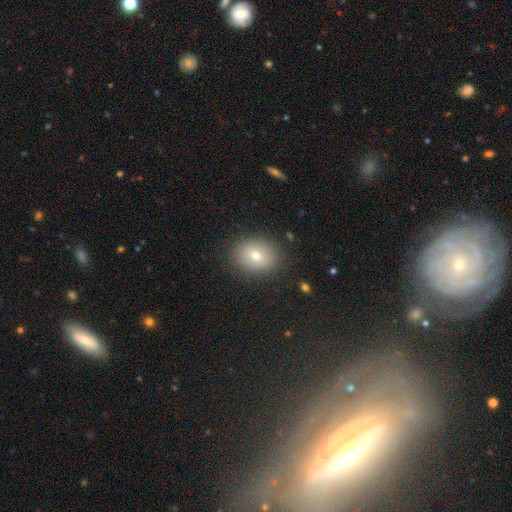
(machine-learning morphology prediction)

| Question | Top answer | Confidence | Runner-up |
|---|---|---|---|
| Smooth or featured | smooth | 72% | featured or disk (16%) |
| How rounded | round | 50% | in between (49%) |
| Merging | none | 87% | minor disturbance (9%) |